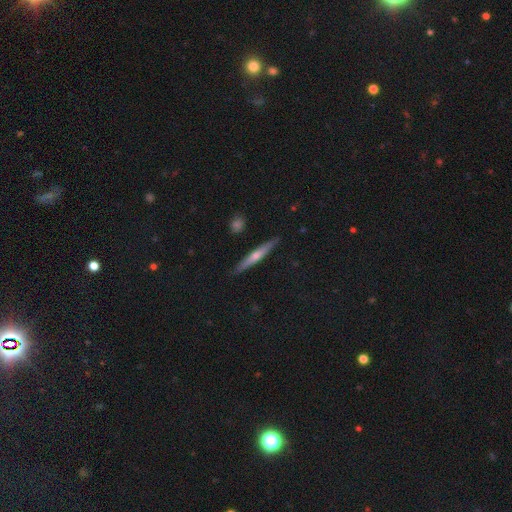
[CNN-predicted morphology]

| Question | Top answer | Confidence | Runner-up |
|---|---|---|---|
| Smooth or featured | featured or disk | 59% | smooth (34%) |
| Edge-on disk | yes | 96% | no (4%) |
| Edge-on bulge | rounded | 76% | none (21%) |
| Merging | none | 90% | minor disturbance (7%) |